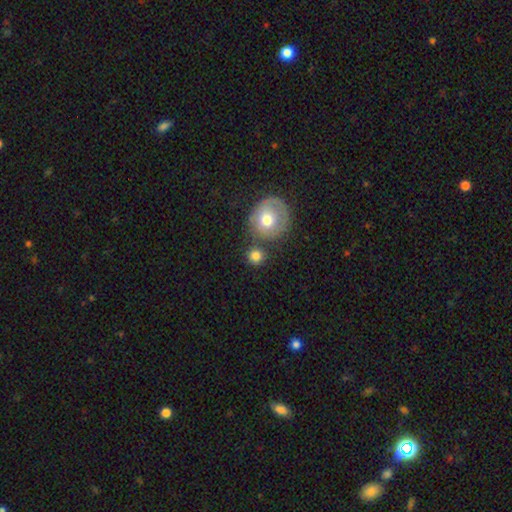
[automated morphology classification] Smooth or featured?
  - smooth: 79% *
  - featured or disk: 12%
  - star or artifact: 9%
How rounded?
  - round: 88% *
  - in between: 11%
  - cigar-shaped: 1%
Merging?
  - none: 63% *
  - merger: 21%
  - minor disturbance: 11%
  - major disturbance: 5%